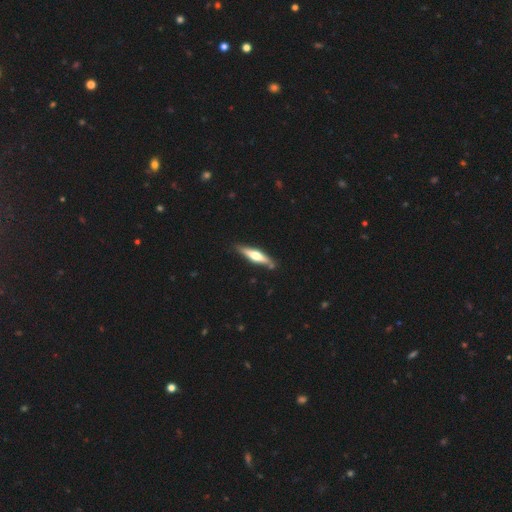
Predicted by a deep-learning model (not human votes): smooth-or-featured: featured or disk: 59% | smooth: 36% | star or artifact: 5%
  disk-edge-on: yes: 94% | no: 6%
    edge-on-bulge: rounded: 89% | boxy: 8% | none: 3%
  merging: none: 83% | minor disturbance: 12% | merger: 3% | major disturbance: 2%